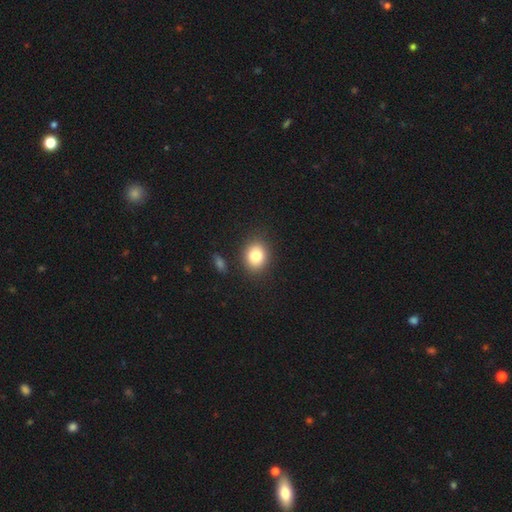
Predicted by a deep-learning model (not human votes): A smooth galaxy with no disk features (82%) that is round (55%).

Vote fractions:
- Smooth or featured? smooth: 82% / star or artifact: 10% / featured or disk: 8%
- How rounded? round: 55% / in between: 44% / cigar-shaped: 1%
- Merging? none: 85% / minor disturbance: 9% / merger: 3% / major disturbance: 3%